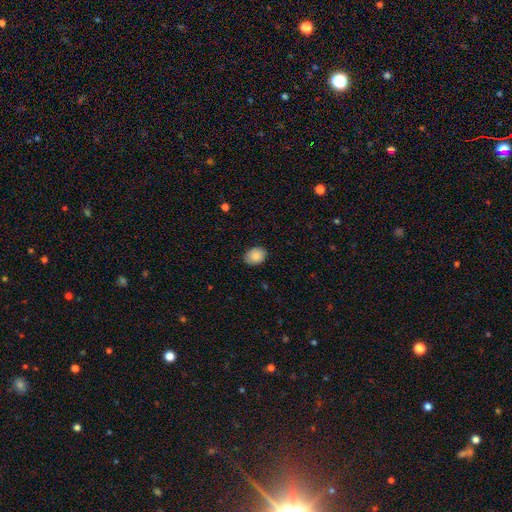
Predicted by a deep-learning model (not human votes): This appears to be a smooth galaxy with no disk features (86%) that is in between round and cigar-shaped (67%). Merging: none (87%).